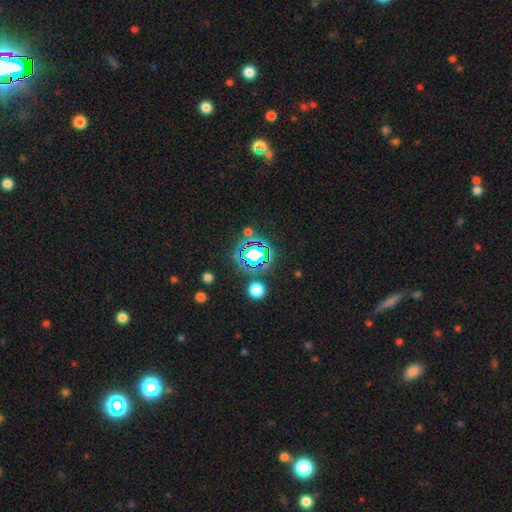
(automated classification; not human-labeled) smooth-or-featured: star or artifact: 71% | smooth: 19% | featured or disk: 10%